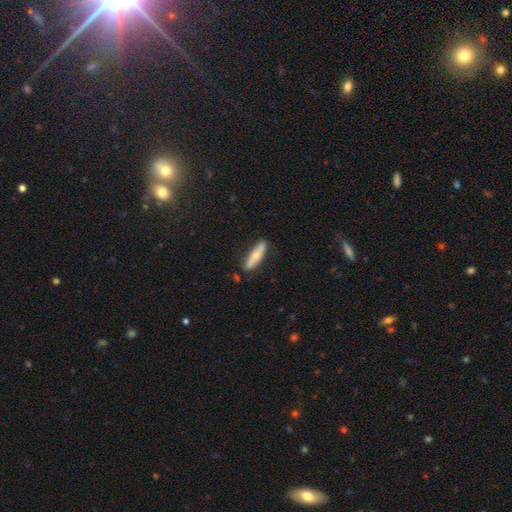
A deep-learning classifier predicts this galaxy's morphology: smooth 61%, featured or disk 33%, star or artifact 6%. Down the decision tree: how rounded — cigar-shaped (72%); merging — none (81%).